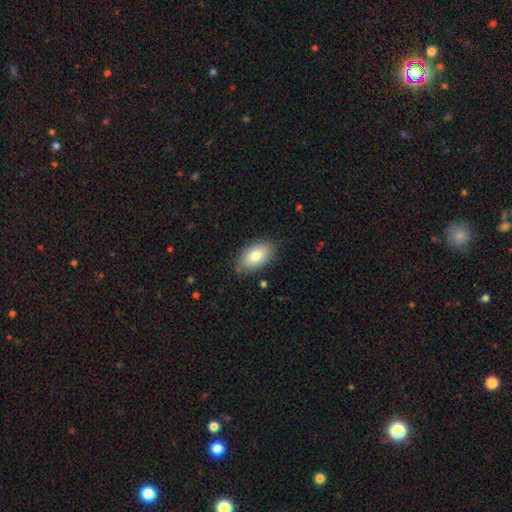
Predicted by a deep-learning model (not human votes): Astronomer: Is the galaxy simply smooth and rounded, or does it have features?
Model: smooth — 80%.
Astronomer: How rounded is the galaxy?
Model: in between — 93%.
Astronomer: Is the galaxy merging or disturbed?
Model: none — 84%.